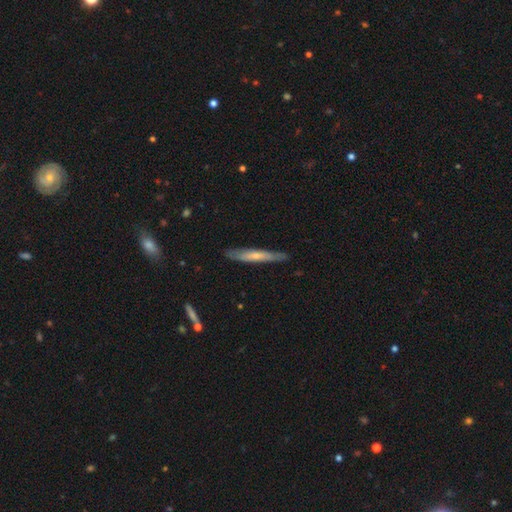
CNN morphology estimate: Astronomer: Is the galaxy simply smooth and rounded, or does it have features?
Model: smooth — 51% (runner-up: featured or disk, 44%).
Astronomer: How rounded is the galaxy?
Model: cigar-shaped — 94%.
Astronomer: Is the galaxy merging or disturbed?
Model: none — 84%.